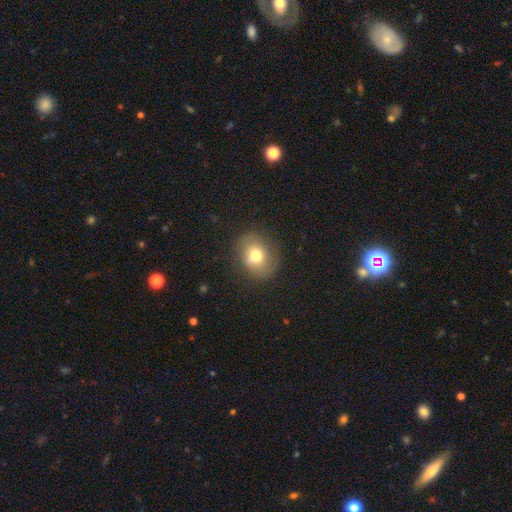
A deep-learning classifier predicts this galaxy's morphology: A smooth galaxy with no disk features (68%) that is round (59%). Merging: none (79%).